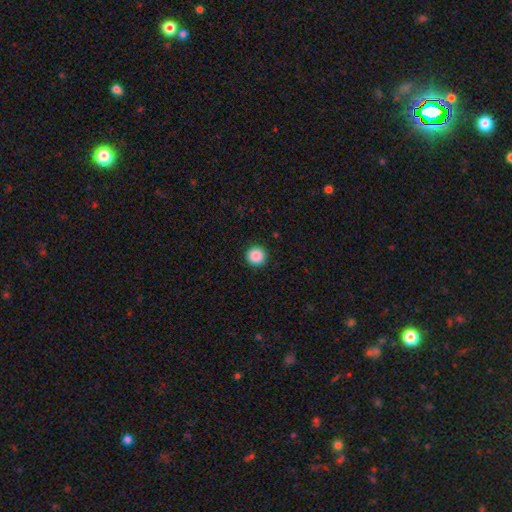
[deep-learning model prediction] A smooth galaxy with no disk features (89%) that is round (96%).

Vote fractions:
- Smooth or featured? smooth: 89% / star or artifact: 9% / featured or disk: 2%
- How rounded? round: 96% / in between: 3% / cigar-shaped: 1%
- Merging? none: 93% / minor disturbance: 4% / major disturbance: 2% / merger: 1%